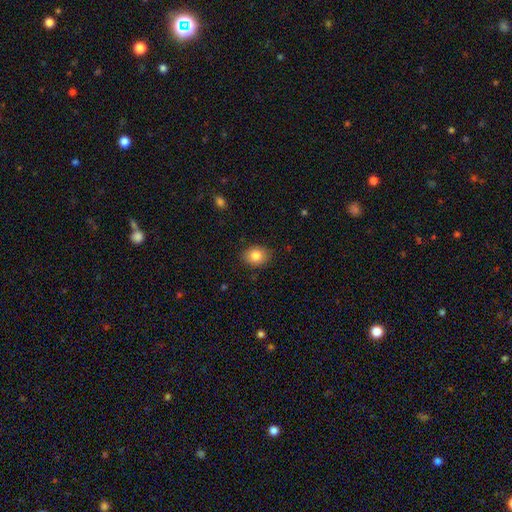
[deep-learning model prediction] Morphology: type=smooth (85%); roundness=in between (59%); merging=none (86%).